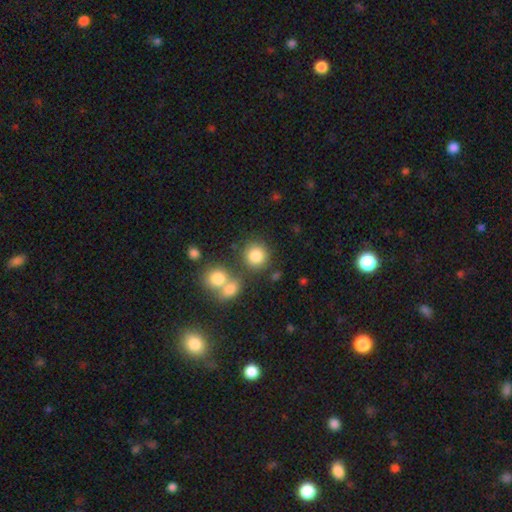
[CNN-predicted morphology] This is clearly a smooth galaxy (83%). How rounded: clearly round (87%). Merging: likely none (69%).